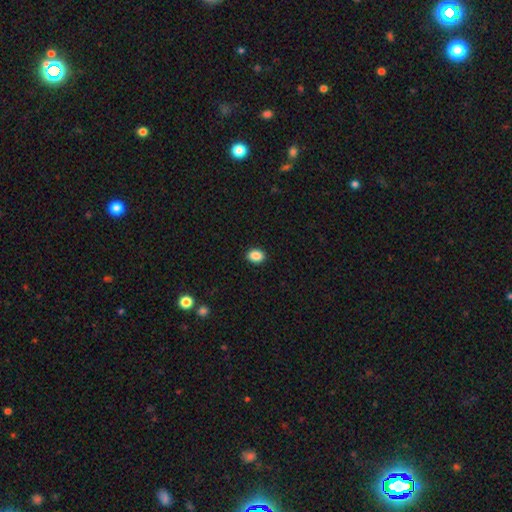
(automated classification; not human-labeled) A smooth galaxy with no disk features (88%) that is in between round and cigar-shaped (64%). Merging: none (91%).